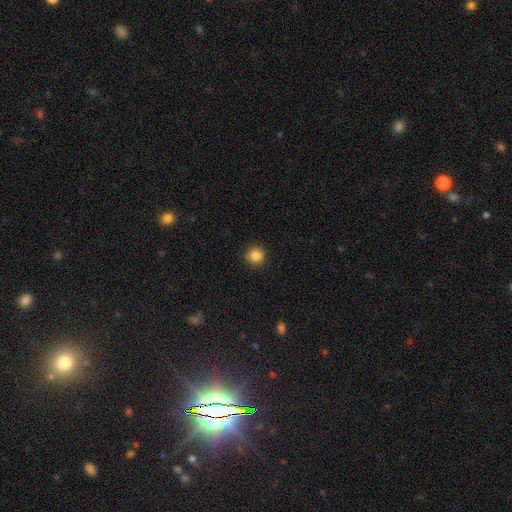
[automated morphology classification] A smooth galaxy with no disk features (85%) that is round (91%). Merging: none (86%).